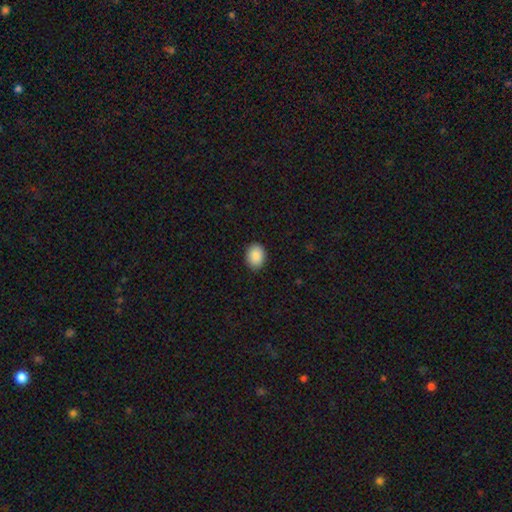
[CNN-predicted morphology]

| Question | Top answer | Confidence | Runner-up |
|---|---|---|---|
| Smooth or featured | smooth | 90% | star or artifact (7%) |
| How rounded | in between | 63% | round (36%) |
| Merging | none | 89% | minor disturbance (8%) |